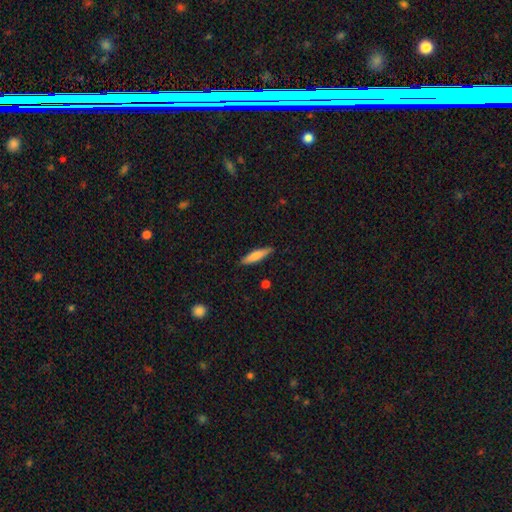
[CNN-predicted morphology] The model was most divided on "smooth or featured": smooth: 72%, featured or disk: 22%, star or artifact: 6%. More confident: merging — none (87%); how rounded — cigar-shaped (81%).